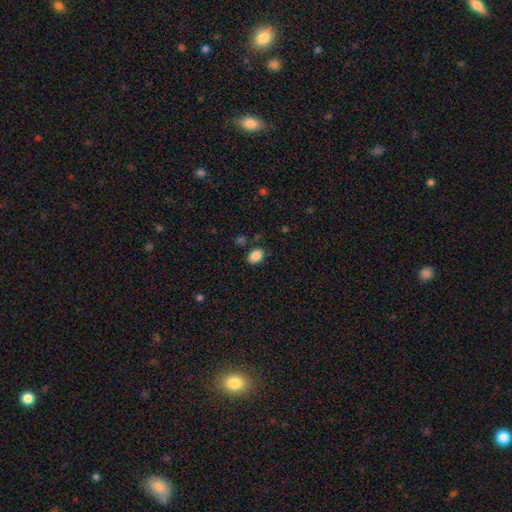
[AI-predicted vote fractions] Smooth or featured? Predicted: smooth (p=0.87). How rounded? Predicted: in between (p=0.73). Merging? Predicted: none (p=0.82).